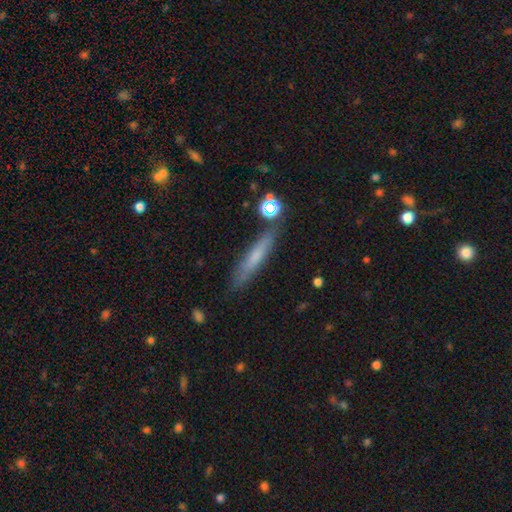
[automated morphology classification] Overall: smooth (61%; featured or disk 31%). How rounded: cigar-shaped (91%). Merging: none (82%).